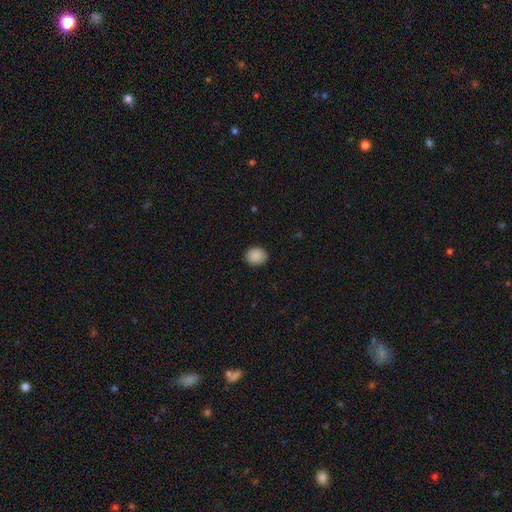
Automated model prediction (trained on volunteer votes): Q: Smooth or featured?
A: smooth (89%); runner-up: star or artifact (8%)
Q: How rounded?
A: round (64%); runner-up: in between (35%)
Q: Merging?
A: none (89%); runner-up: minor disturbance (8%)